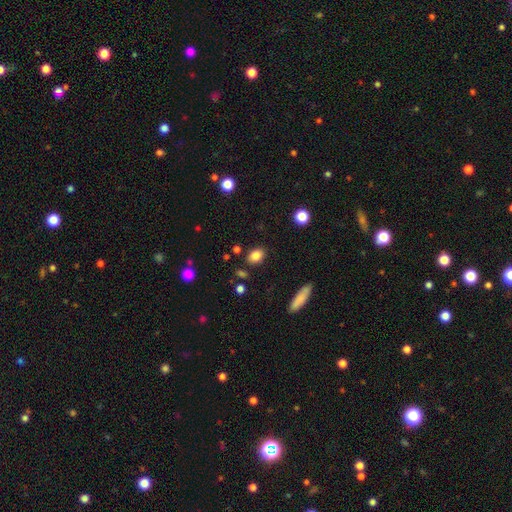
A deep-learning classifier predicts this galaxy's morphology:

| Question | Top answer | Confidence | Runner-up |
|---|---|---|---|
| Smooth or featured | smooth | 84% | star or artifact (9%) |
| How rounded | in between | 71% | round (27%) |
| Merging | none | 85% | minor disturbance (10%) |